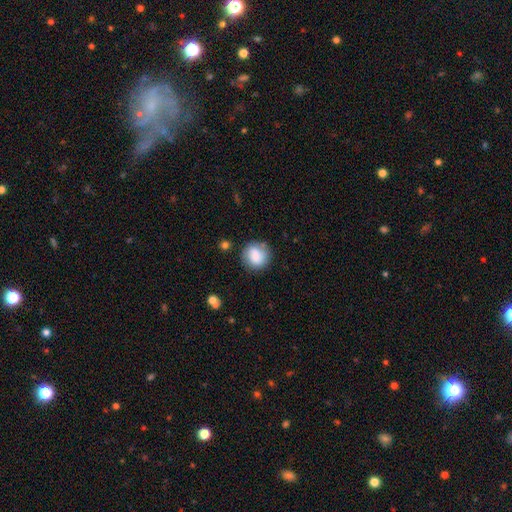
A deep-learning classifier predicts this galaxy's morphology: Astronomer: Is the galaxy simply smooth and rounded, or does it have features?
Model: smooth — 80%.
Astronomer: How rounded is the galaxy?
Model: round — 85%.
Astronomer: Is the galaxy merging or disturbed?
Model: none — 74%.